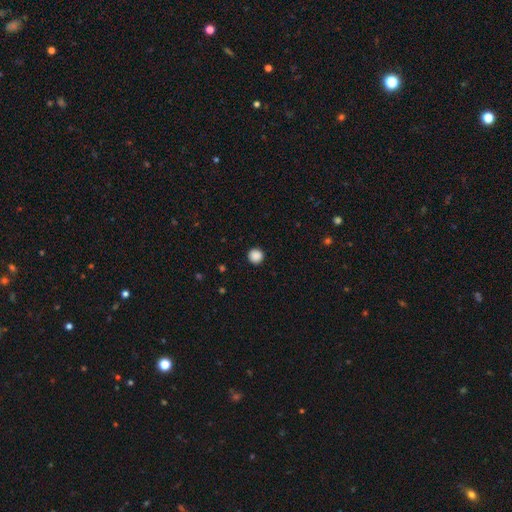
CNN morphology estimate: Smooth or featured: smooth — 88% (star or artifact — 10%)
How rounded: round — 95% (in between — 4%)
Merging: none — 93% (minor disturbance — 5%)